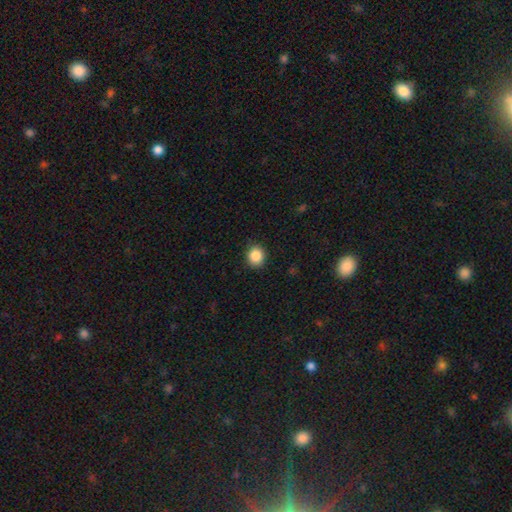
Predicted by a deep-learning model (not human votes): smooth-or-featured: smooth: 87% | star or artifact: 9% | featured or disk: 4%
  how-rounded: round: 79% | in between: 20% | cigar-shaped: 1%
  merging: none: 89% | minor disturbance: 8% | major disturbance: 2% | merger: 1%